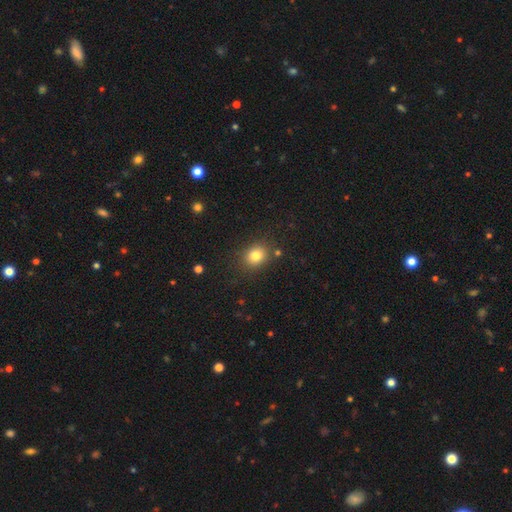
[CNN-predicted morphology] This is clearly a smooth galaxy (81%). How rounded: likely round (63%). Merging: clearly none (82%).